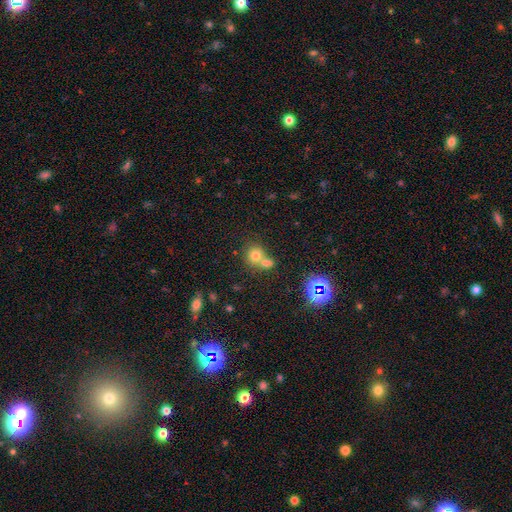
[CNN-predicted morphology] Smooth or featured?
  - smooth: 73% *
  - star or artifact: 16%
  - featured or disk: 11%
How rounded?
  - round: 78% *
  - in between: 21%
  - cigar-shaped: 1%
Merging?
  - merger: 49% *
  - none: 41%
  - minor disturbance: 7%
  - major disturbance: 3%